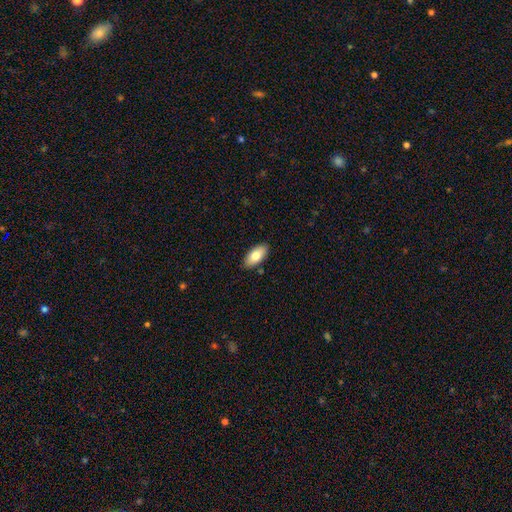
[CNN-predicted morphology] This is likely a smooth galaxy (79%). How rounded: clearly in between (92%). Merging: clearly none (88%).